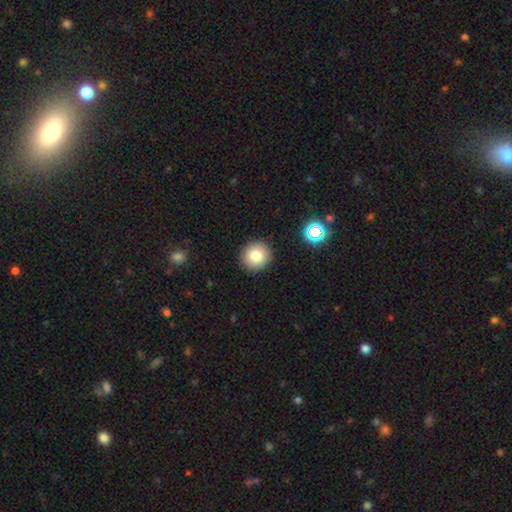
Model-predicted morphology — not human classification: Q: Smooth or featured?
A: smooth (79%); runner-up: star or artifact (12%)
Q: How rounded?
A: round (92%); runner-up: in between (7%)
Q: Merging?
A: none (91%); runner-up: minor disturbance (6%)